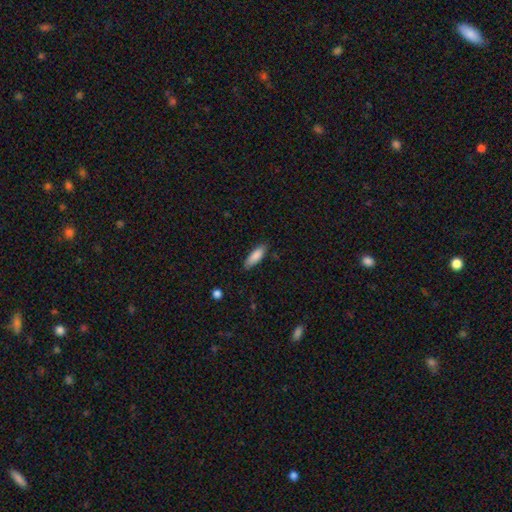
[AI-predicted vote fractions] This is clearly a smooth galaxy (86%). How rounded: possibly in between (53%). Merging: clearly none (84%).